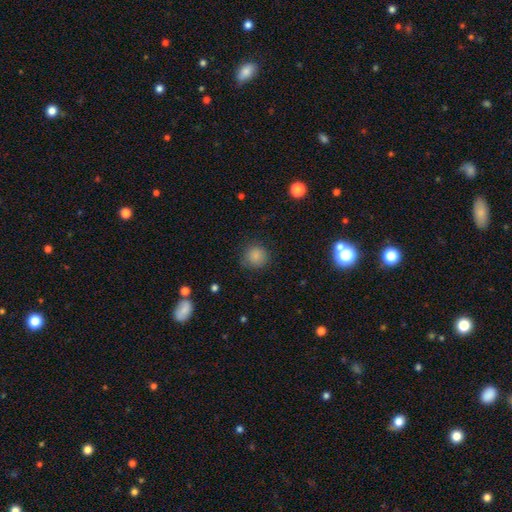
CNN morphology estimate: smooth-or-featured: smooth: 85% | star or artifact: 10% | featured or disk: 4%
  how-rounded: round: 91% | in between: 8% | cigar-shaped: 1%
  merging: none: 83% | minor disturbance: 13% | major disturbance: 4% | merger: 1%